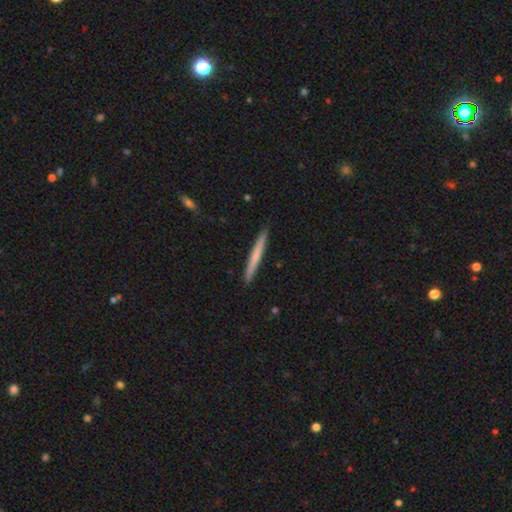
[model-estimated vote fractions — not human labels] Smooth or featured?
  - smooth: 62% *
  - featured or disk: 33%
  - star or artifact: 5%
How rounded?
  - cigar-shaped: 97% *
  - in between: 2%
  - round: 1%
Merging?
  - none: 92% *
  - minor disturbance: 6%
  - major disturbance: 1%
  - merger: 1%